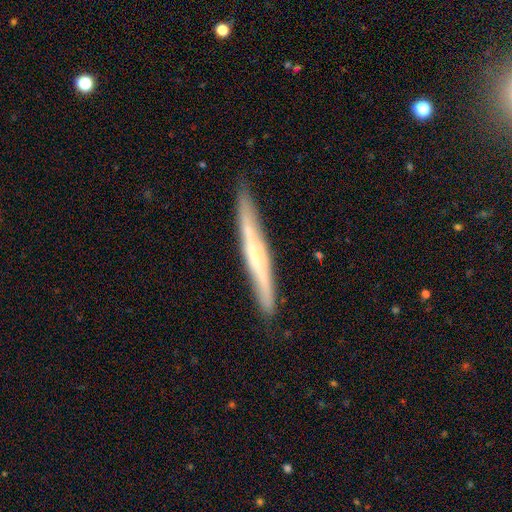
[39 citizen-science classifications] Smooth or featured? featured or disk (62%)
Edge-on disk? yes (83%)
Edge-on bulge? none (45%)
Merging? none (86%)